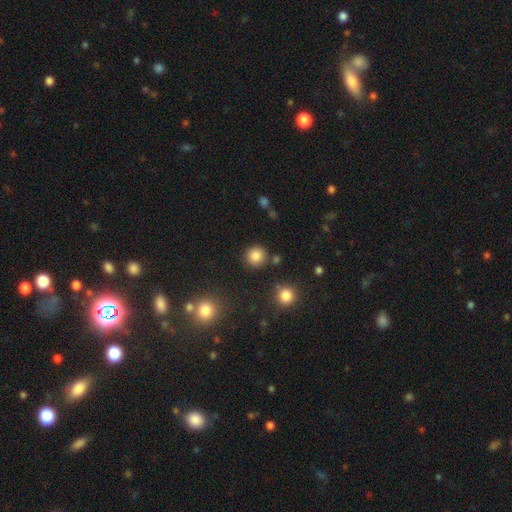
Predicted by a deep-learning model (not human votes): Q: Smooth or featured?
A: smooth (85%); runner-up: star or artifact (11%)
Q: How rounded?
A: round (93%); runner-up: in between (6%)
Q: Merging?
A: none (86%); runner-up: minor disturbance (7%)